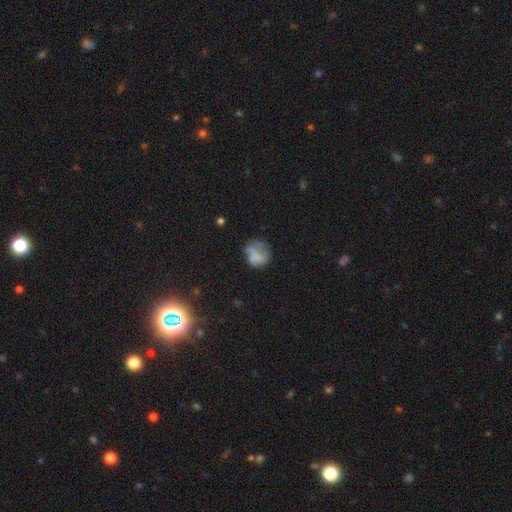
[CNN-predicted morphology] Q: Smooth or featured?
A: smooth (58%); runner-up: featured or disk (31%)
Q: How rounded?
A: round (69%); runner-up: in between (30%)
Q: Merging?
A: none (43%); runner-up: minor disturbance (27%)